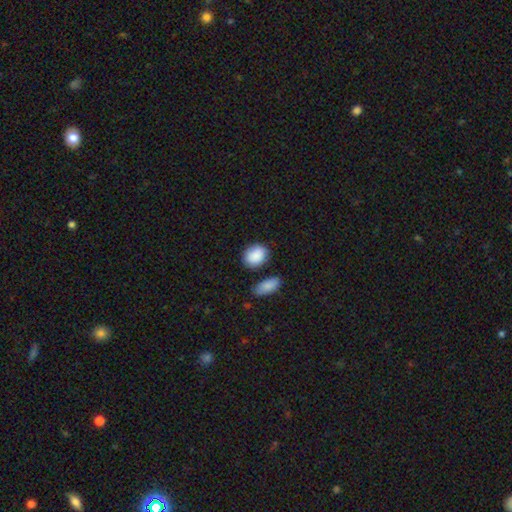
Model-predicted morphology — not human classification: smooth 89%, star or artifact 6%, featured or disk 5%. Down the decision tree: how rounded — in between (58%); merging — none (71%).